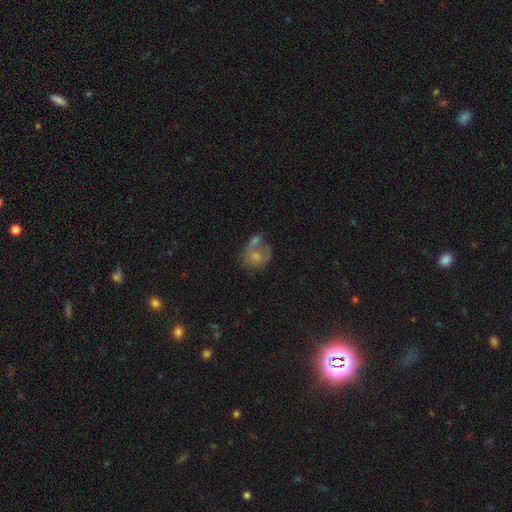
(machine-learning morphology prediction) Smooth or featured? Predicted: smooth (p=0.59). How rounded? Predicted: round (p=0.57). Merging? Predicted: merger (p=0.39).